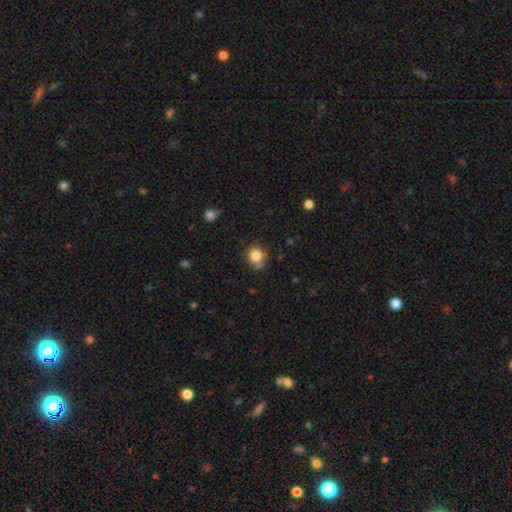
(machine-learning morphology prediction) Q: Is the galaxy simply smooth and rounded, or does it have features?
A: smooth — 82%.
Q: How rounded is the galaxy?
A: round — 74%.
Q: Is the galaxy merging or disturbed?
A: none — 63%.